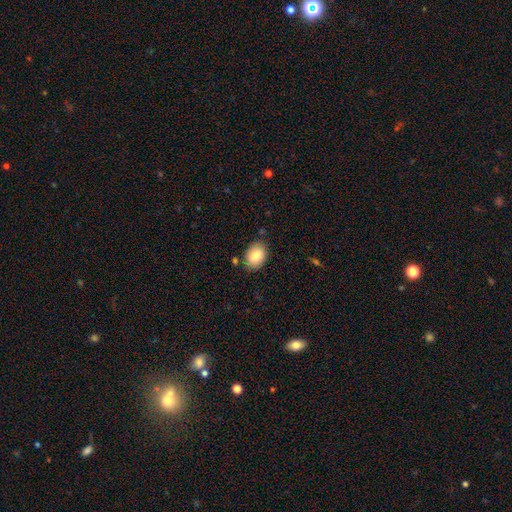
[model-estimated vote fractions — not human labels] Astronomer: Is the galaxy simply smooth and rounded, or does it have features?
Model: smooth — 82%.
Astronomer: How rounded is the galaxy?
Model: in between — 79%.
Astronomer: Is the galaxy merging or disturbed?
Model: none — 83%.